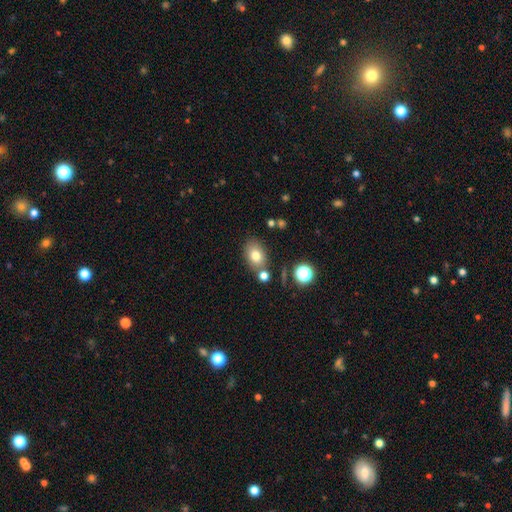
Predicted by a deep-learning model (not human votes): smooth 76%, featured or disk 13%, star or artifact 11%. Down the decision tree: how rounded — in between (75%); merging — none (71%).